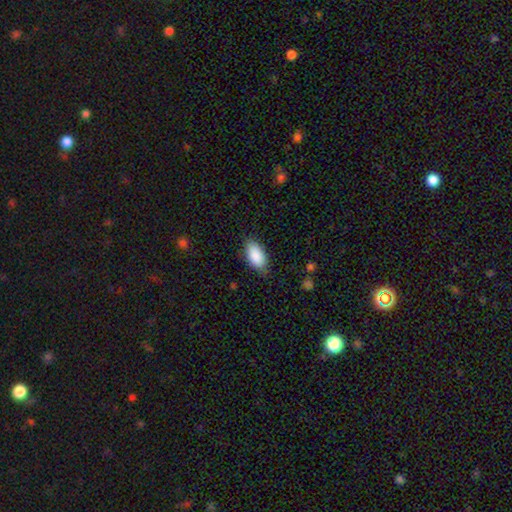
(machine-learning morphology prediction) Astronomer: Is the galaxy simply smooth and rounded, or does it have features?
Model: smooth — 89%.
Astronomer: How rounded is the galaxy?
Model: in between — 94%.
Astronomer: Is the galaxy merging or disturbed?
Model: none — 80%.